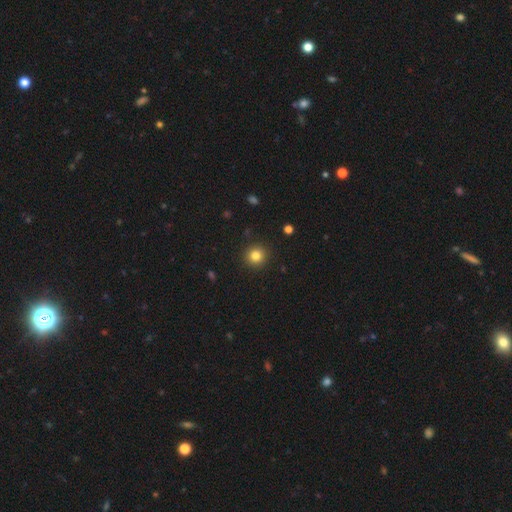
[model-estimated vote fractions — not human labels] Morphology: type=smooth (82%); roundness=round (94%); merging=none (92%).